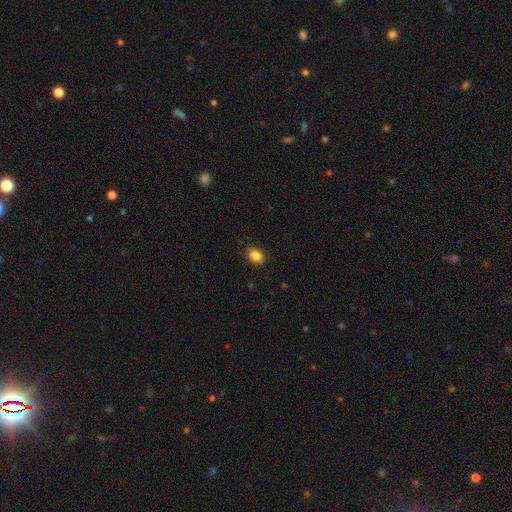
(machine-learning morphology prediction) A smooth galaxy with no disk features (86%) that is in between round and cigar-shaped (53%). Merging: none (89%).